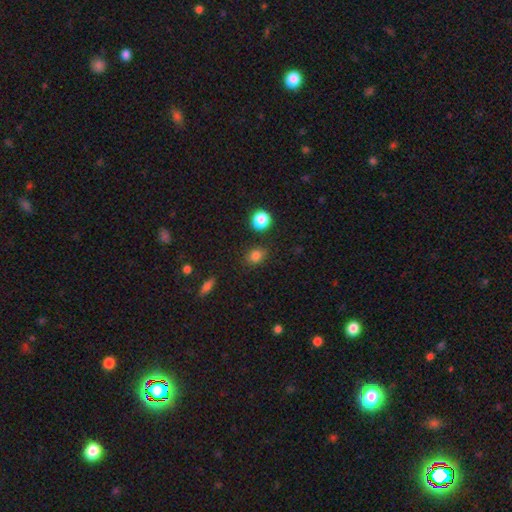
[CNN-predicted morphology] A smooth galaxy with no disk features (82%) that is round (55%). Merging: none (82%).